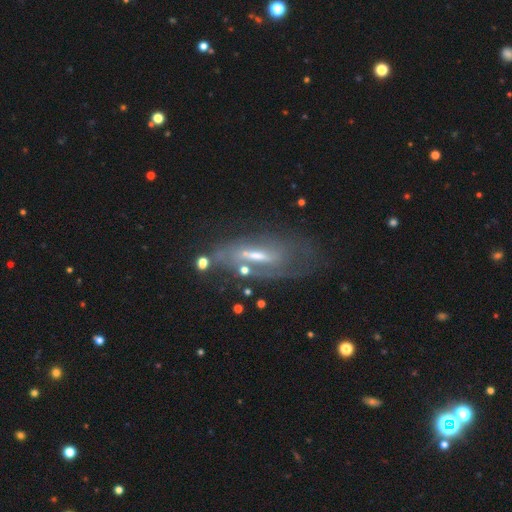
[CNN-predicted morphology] Smooth or featured: featured or disk — 68% (smooth — 23%)
Edge-on disk: no — 70% (yes — 30%)
Merging: none — 50% (minor disturbance — 22%)